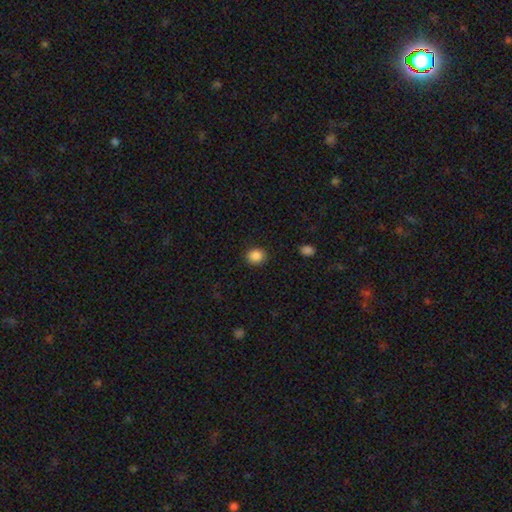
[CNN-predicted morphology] This appears to be a smooth galaxy with no disk features (88%) that is round (71%). Merging: none (90%).